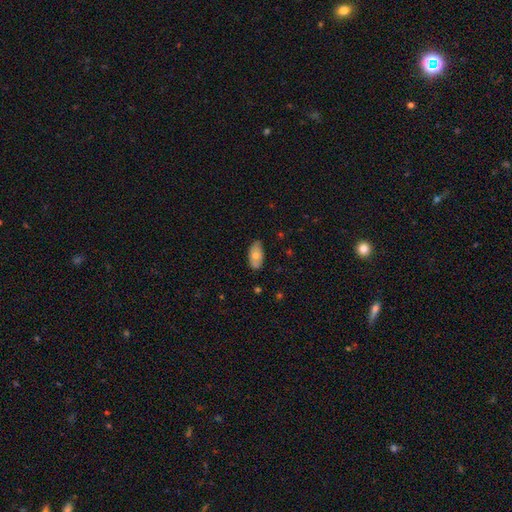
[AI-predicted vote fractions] Smooth or featured?
  - smooth: 70% *
  - featured or disk: 23%
  - star or artifact: 7%
How rounded?
  - in between: 93% *
  - cigar-shaped: 4%
  - round: 3%
Merging?
  - none: 77% *
  - minor disturbance: 19%
  - major disturbance: 3%
  - merger: 1%